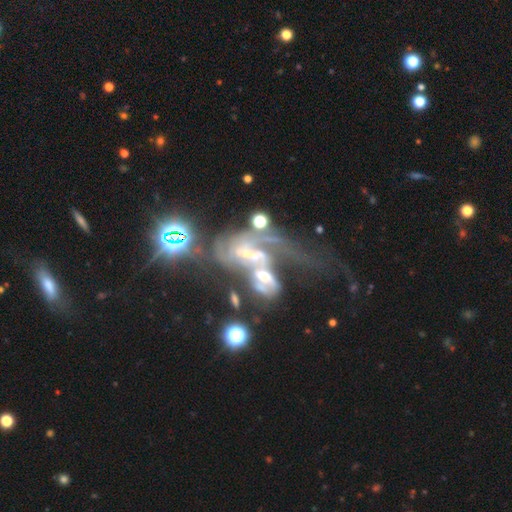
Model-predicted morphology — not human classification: The model was most divided on "spiral arm count": can't tell: 36%, 2: 33%, 1: 13%, 3: 10%, 4: 5%, more than 4: 4%. Remaining: edge-on disk — no (95%); smooth or featured — featured or disk (73%); spiral arms — yes (72%); merging — merger (58%); bar — no (44%); spiral winding — loose (43%); bulge size — moderate (36%).